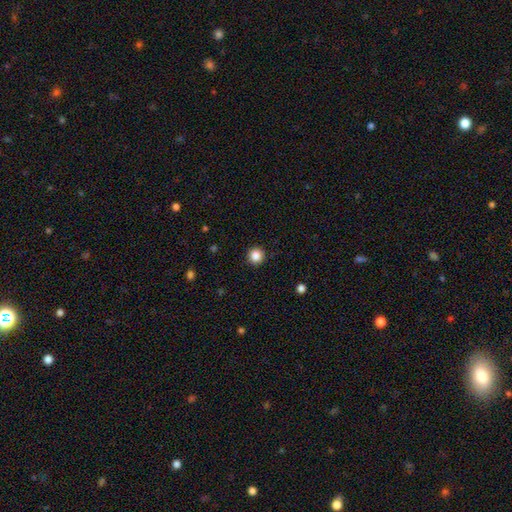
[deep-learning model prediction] This appears to be a smooth galaxy with no disk features (85%) that is round (95%). Merging: none (92%).